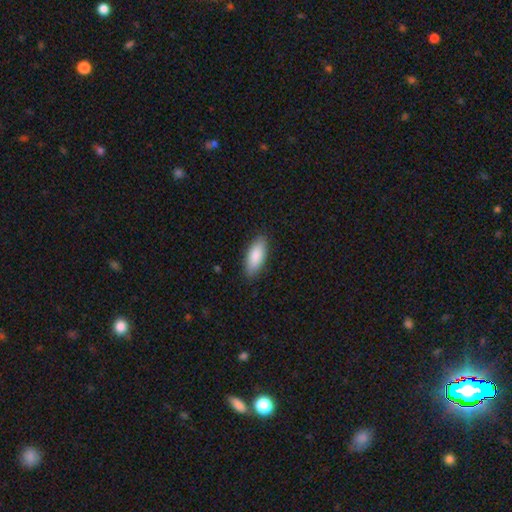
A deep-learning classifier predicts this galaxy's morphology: This appears to be a smooth galaxy with no disk features (87%) that is in between round and cigar-shaped (80%). Merging: none (87%).